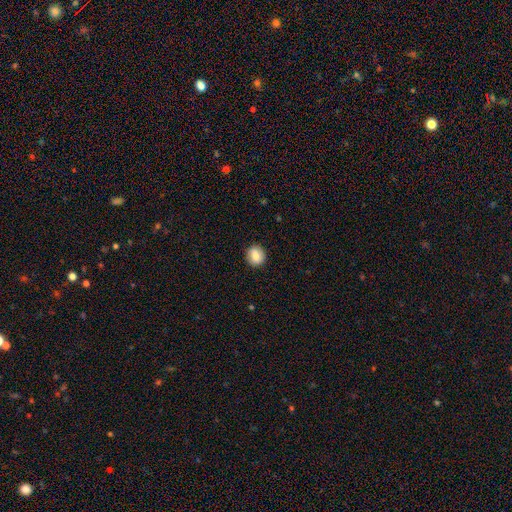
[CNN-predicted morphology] Overall: smooth (81%). How rounded: round (82%). Merging: none (89%).